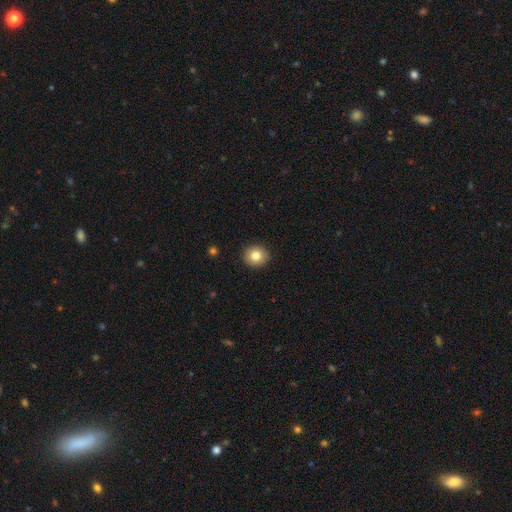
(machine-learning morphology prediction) Overall: smooth (81%). How rounded: round (85%). Merging: none (92%).